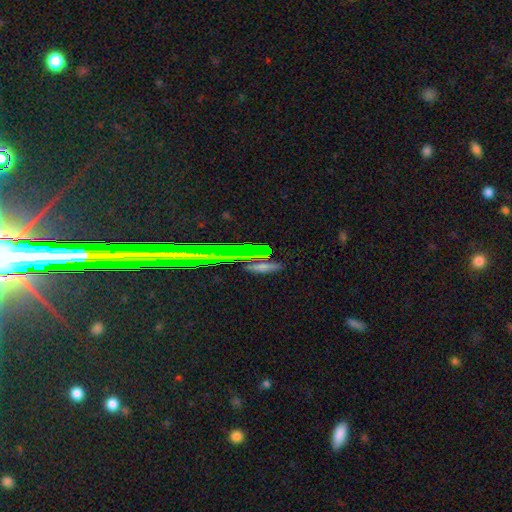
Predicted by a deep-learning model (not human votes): A star or artifact, not a galaxy (44%).

Vote fractions:
- Smooth or featured? star or artifact: 44% / smooth: 37% / featured or disk: 19%